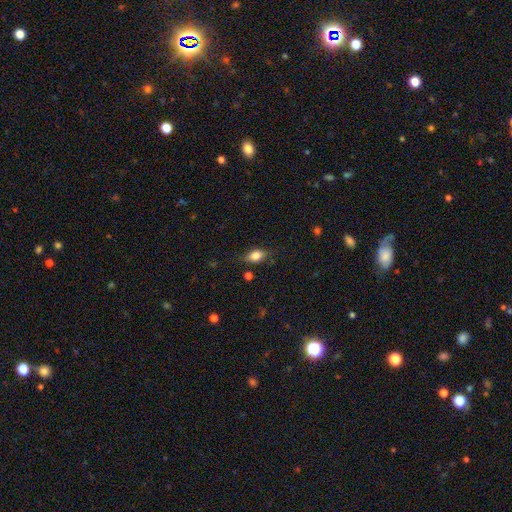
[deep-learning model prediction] A smooth galaxy with no disk features (81%) that is in between round and cigar-shaped (84%). Merging: none (76%).